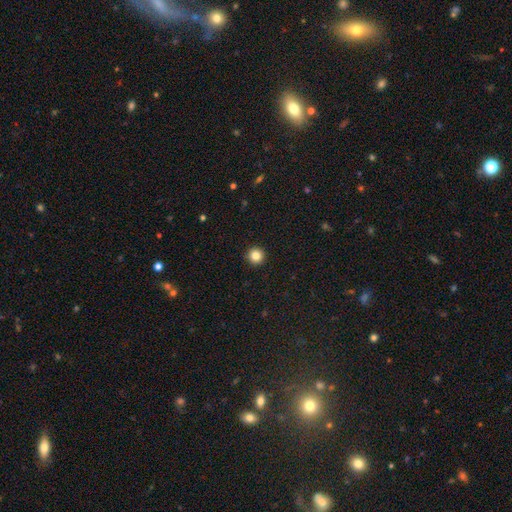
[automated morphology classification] type=smooth (84%); roundness=round (96%); merging=none (94%).